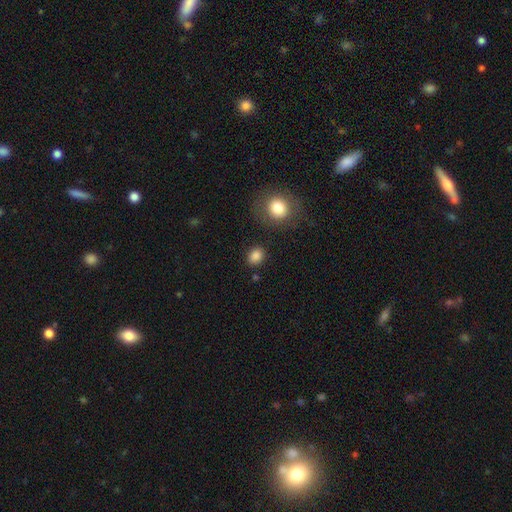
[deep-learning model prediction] smooth_or_featured: smooth (p=0.85) [alt: star or artifact p=0.11]
how_rounded: round (p=0.55) [alt: in between p=0.44]
merging: none (p=0.84) [alt: minor disturbance p=0.09]